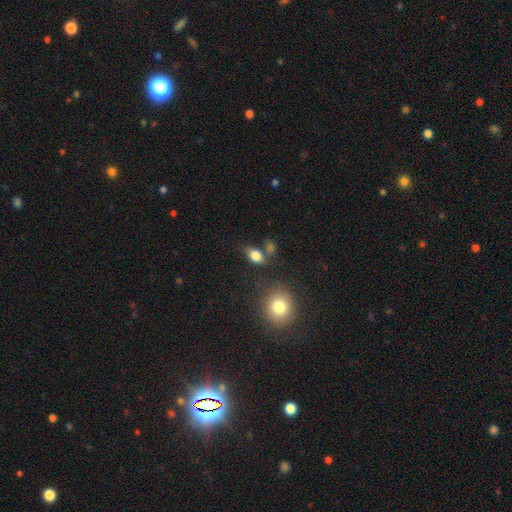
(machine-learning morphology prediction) smooth 82%, star or artifact 10%, featured or disk 8%. Down the decision tree: how rounded — in between (81%); merging — none (60%).